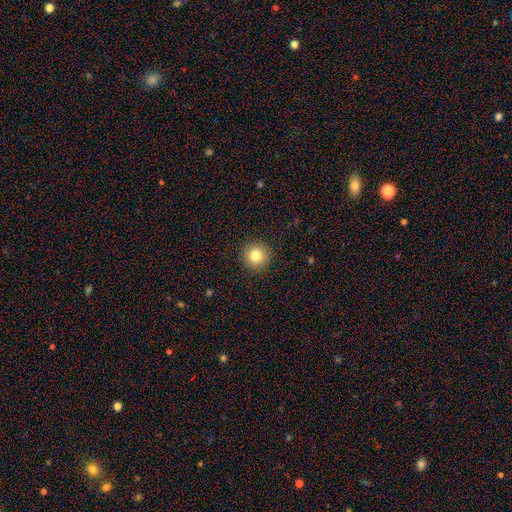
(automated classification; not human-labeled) Smooth or featured?
  - smooth: 82% *
  - star or artifact: 11%
  - featured or disk: 7%
How rounded?
  - round: 95% *
  - in between: 4%
  - cigar-shaped: 1%
Merging?
  - none: 92% *
  - minor disturbance: 5%
  - major disturbance: 2%
  - merger: 1%